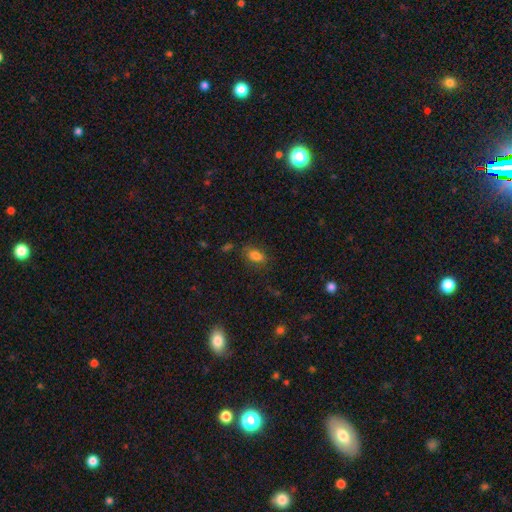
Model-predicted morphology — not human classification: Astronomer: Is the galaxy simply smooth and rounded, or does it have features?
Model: smooth — 78%.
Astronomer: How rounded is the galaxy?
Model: in between — 85%.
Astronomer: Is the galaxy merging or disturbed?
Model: none — 74%.